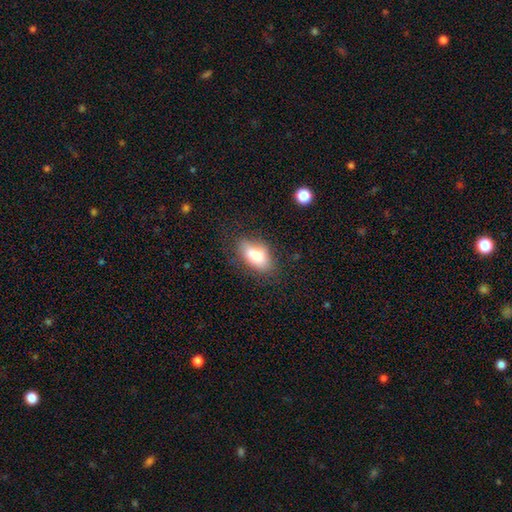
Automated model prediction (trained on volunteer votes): This appears to be a smooth galaxy with no disk features (81%) that is in between round and cigar-shaped (91%). Merging: none (74%).